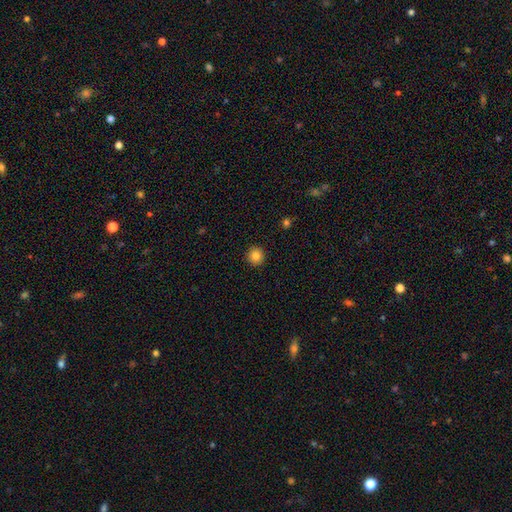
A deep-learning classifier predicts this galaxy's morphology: smooth-or-featured: smooth: 84% | star or artifact: 10% | featured or disk: 6%
  how-rounded: round: 93% | in between: 6% | cigar-shaped: 1%
  merging: none: 93% | minor disturbance: 5% | major disturbance: 2% | merger: 1%